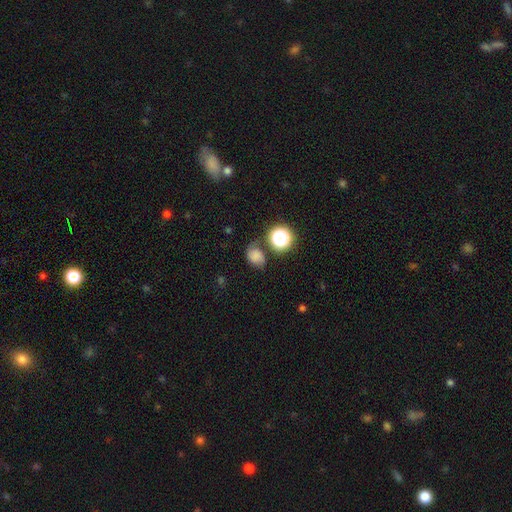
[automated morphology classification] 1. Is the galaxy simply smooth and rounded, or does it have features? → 66% smooth, 17% featured or disk, 17% star or artifact.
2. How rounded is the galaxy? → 50% in between, 49% round, 1% cigar-shaped.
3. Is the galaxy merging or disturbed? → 54% none, 24% minor disturbance, 11% major disturbance, 10% merger.